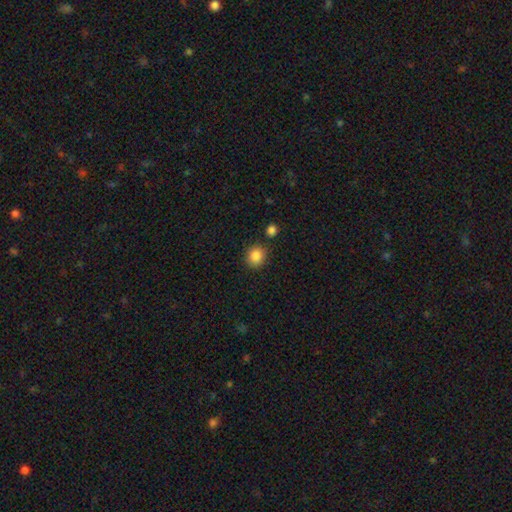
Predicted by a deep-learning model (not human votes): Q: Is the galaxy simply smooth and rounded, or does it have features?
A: smooth — 87%.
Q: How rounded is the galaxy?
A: round — 84%.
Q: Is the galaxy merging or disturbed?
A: none — 83%.